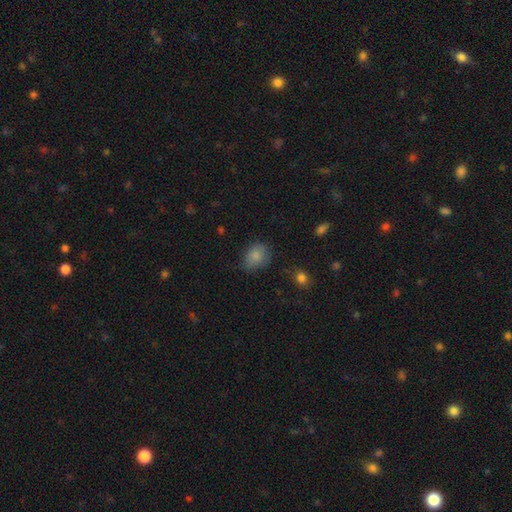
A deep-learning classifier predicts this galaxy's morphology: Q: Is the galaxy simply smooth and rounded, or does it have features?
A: smooth — 84%.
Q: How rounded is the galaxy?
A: in between — 54%.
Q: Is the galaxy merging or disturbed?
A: none — 63%.